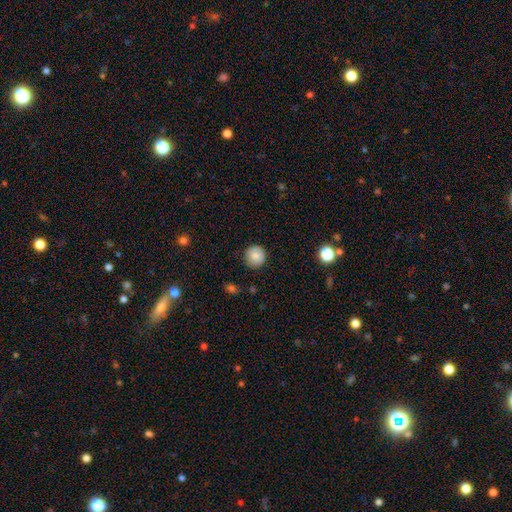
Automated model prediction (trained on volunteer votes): smooth-or-featured: smooth: 81% | featured or disk: 10% | star or artifact: 9%
  how-rounded: round: 93% | in between: 6% | cigar-shaped: 1%
  merging: none: 87% | minor disturbance: 10% | major disturbance: 2% | merger: 1%